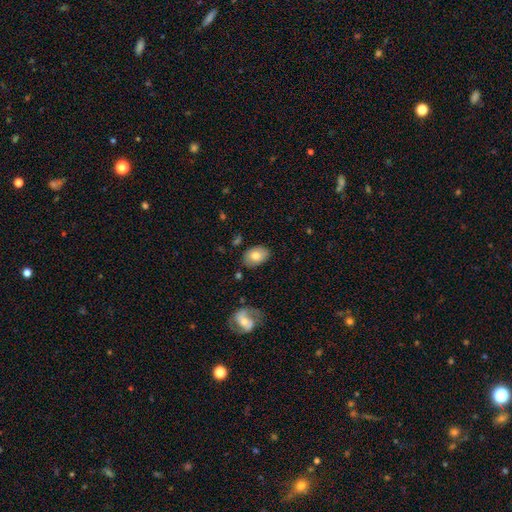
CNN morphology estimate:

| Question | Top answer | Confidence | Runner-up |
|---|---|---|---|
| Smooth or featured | smooth | 75% | featured or disk (19%) |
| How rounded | in between | 84% | round (15%) |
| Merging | none | 80% | minor disturbance (14%) |